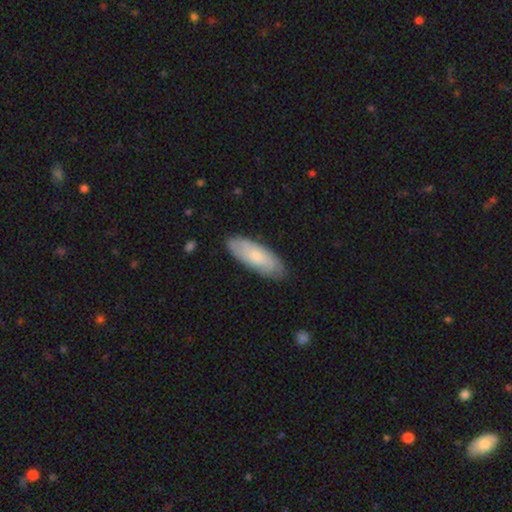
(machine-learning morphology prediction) A smooth galaxy with no disk features (65%) that is in between round and cigar-shaped (71%). Merging: none (80%).